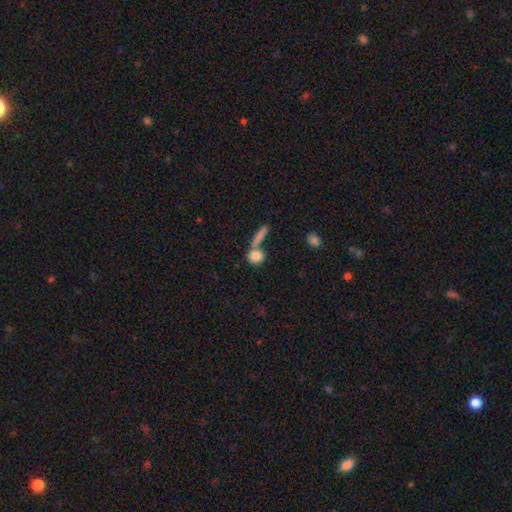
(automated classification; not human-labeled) This is clearly a smooth galaxy (81%). How rounded: likely round (70%). Merging: possibly none (56%).